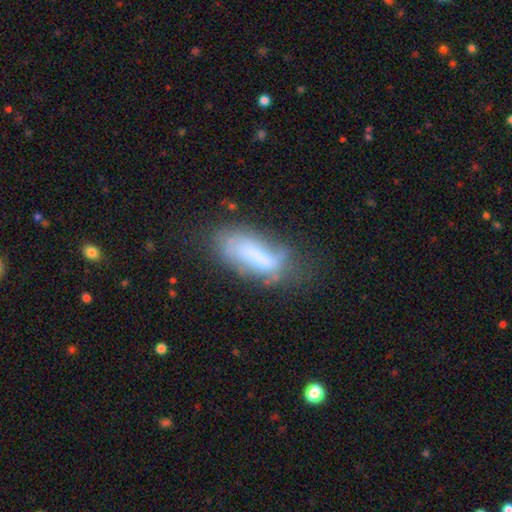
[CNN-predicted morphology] Smooth or featured?
  - smooth: 53% *
  - featured or disk: 37%
  - star or artifact: 11%
How rounded?
  - in between: 72% *
  - cigar-shaped: 25%
  - round: 3%
Merging?
  - none: 35% *
  - minor disturbance: 28%
  - major disturbance: 26%
  - merger: 10%